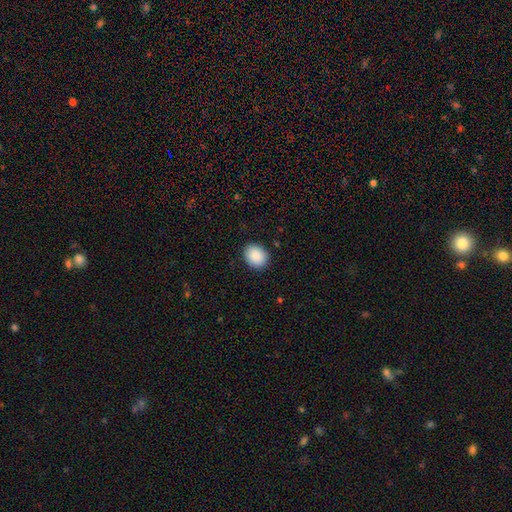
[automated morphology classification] This appears to be a smooth galaxy with no disk features (90%) that is round (52%). Merging: none (89%).